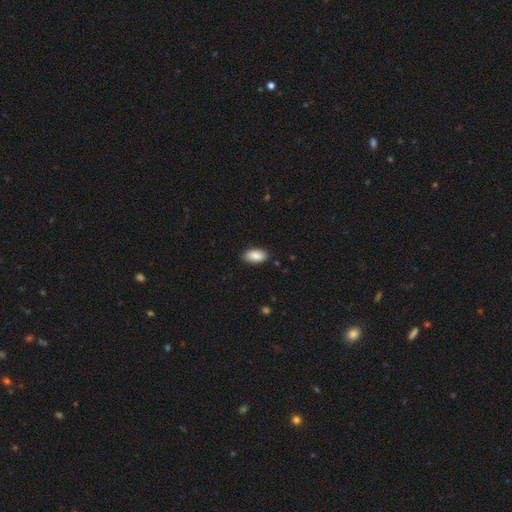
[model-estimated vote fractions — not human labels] smooth_or_featured: smooth (p=0.88) [alt: star or artifact p=0.07]
how_rounded: in between (p=0.94) [alt: cigar-shaped p=0.03]
merging: none (p=0.85) [alt: minor disturbance p=0.12]